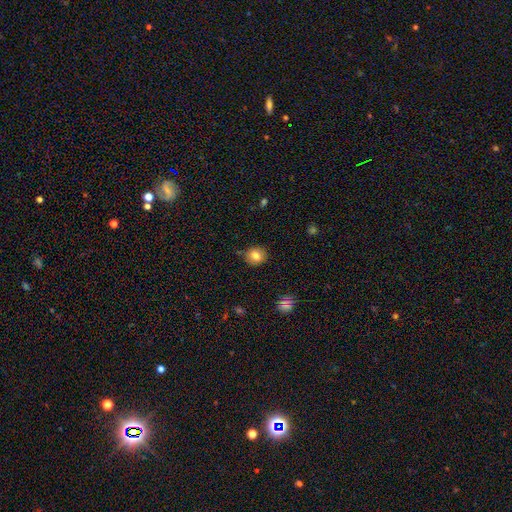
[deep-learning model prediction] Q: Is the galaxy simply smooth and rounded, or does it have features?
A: smooth — 79%.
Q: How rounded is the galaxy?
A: round — 76%.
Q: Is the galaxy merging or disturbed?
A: none — 83%.